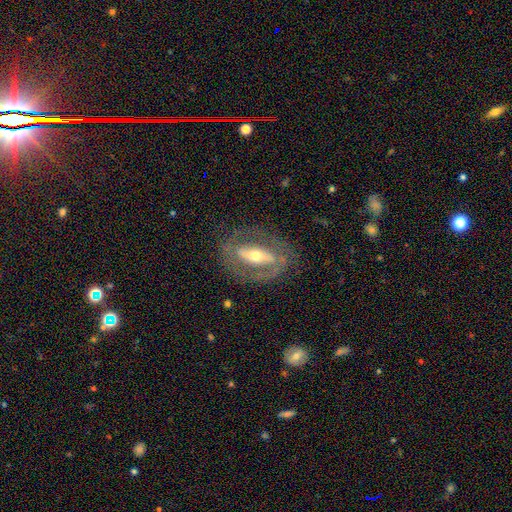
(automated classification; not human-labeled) Overall: featured or disk (78%). Edge-on disk: no (87%). Bar: strong (54%; no 24%). Spiral arms: yes (62%; no 38%). Bulge size: moderate (55%; small 37%). Merging: none (75%).